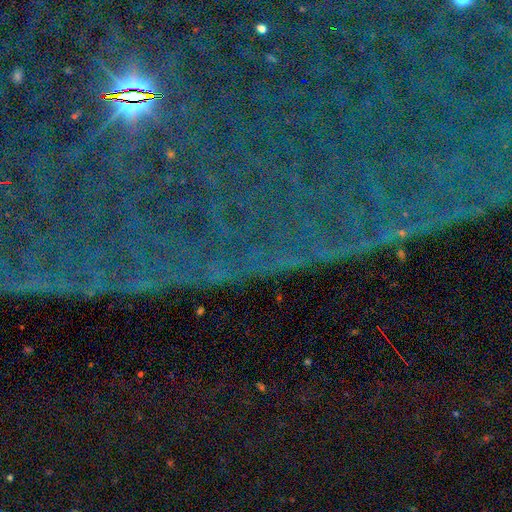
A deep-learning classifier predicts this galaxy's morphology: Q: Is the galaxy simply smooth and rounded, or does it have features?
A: star or artifact — 86%.